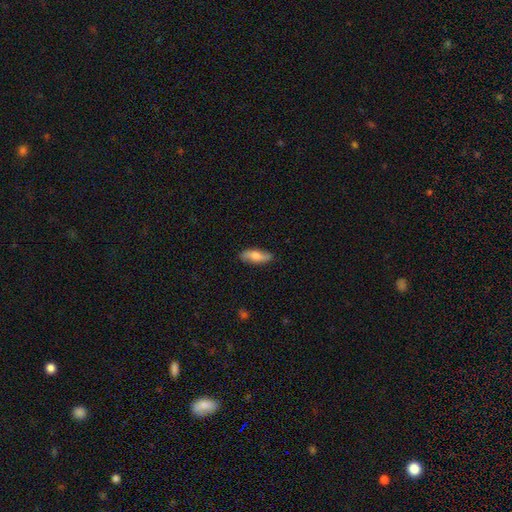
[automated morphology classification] Smooth or featured: smooth — 55% (featured or disk — 38%)
How rounded: in between — 64% (cigar-shaped — 33%)
Merging: none — 82% (minor disturbance — 14%)